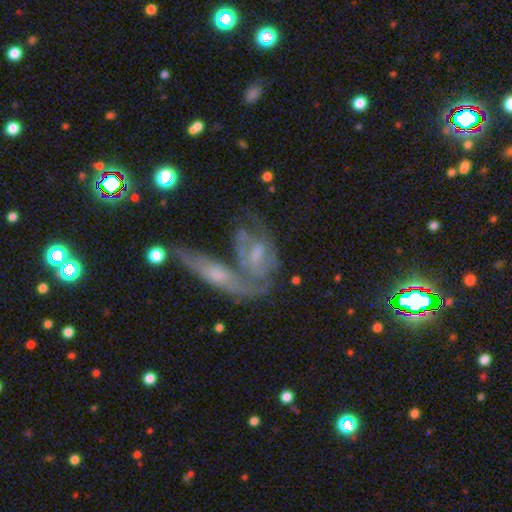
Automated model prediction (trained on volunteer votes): Smooth or featured: featured or disk — 63% (smooth — 28%)
Edge-on disk: no — 87% (yes — 13%)
Bar: no — 57% (weak — 33%)
Spiral arms: yes — 58% (no — 42%)
Bulge size: moderate — 32% (none — 30%)
Merging: merger — 42% (none — 25%)